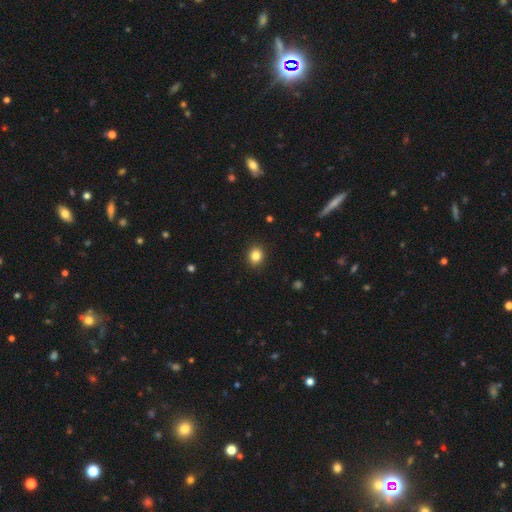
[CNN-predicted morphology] Q: Smooth or featured?
A: smooth (84%); runner-up: star or artifact (11%)
Q: How rounded?
A: round (74%); runner-up: in between (26%)
Q: Merging?
A: none (91%); runner-up: minor disturbance (6%)